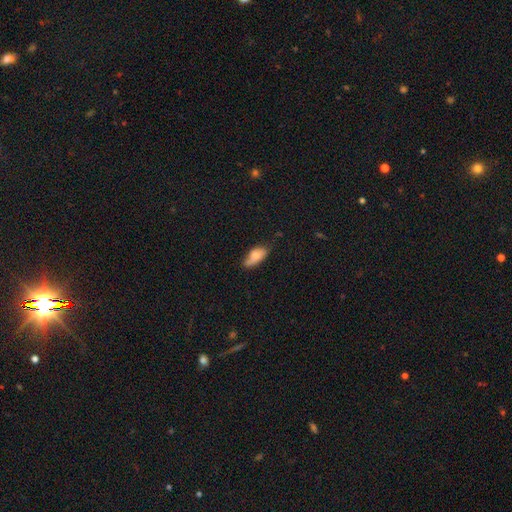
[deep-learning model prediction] Morphology: type=smooth (73%); roundness=in between (86%); merging=none (54%).